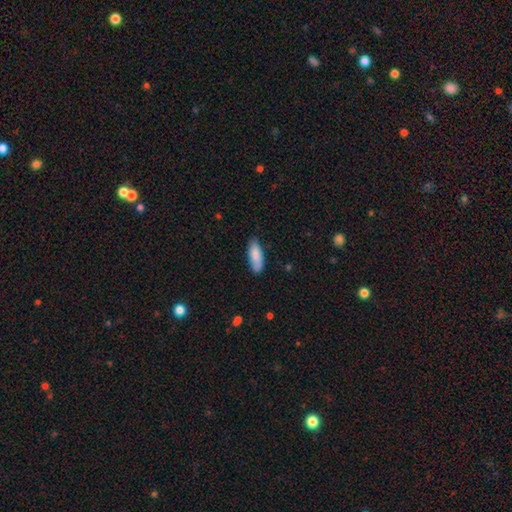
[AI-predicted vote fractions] This is clearly a smooth galaxy (85%). How rounded: likely in between (70%). Merging: likely none (76%).